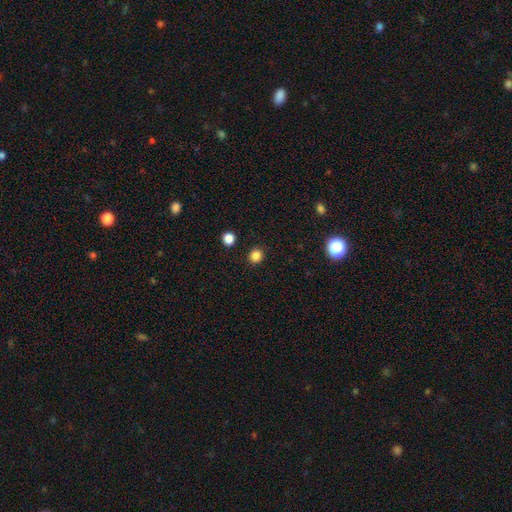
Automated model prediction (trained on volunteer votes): smooth-or-featured: smooth: 84% | star or artifact: 13% | featured or disk: 3%
  how-rounded: round: 85% | in between: 14% | cigar-shaped: 1%
  merging: none: 91% | minor disturbance: 5% | major disturbance: 2% | merger: 2%